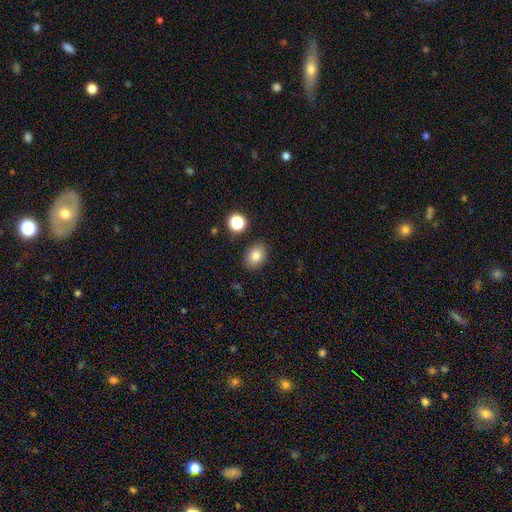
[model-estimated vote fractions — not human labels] This appears to be a smooth galaxy with no disk features (82%) that is in between round and cigar-shaped (63%). Merging: none (85%).